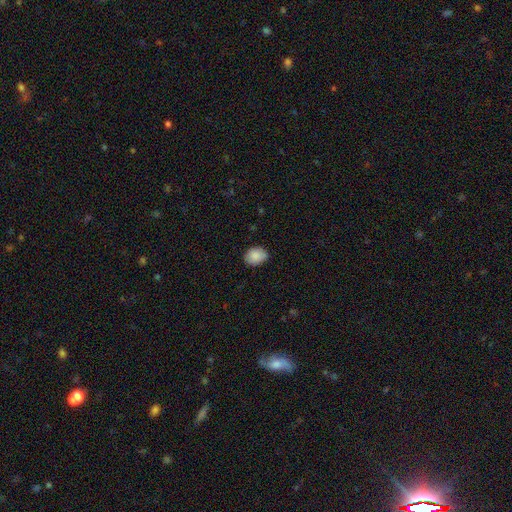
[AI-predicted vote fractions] Smooth or featured? Predicted: smooth (p=0.89). How rounded? Predicted: in between (p=0.59). Merging? Predicted: none (p=0.84).